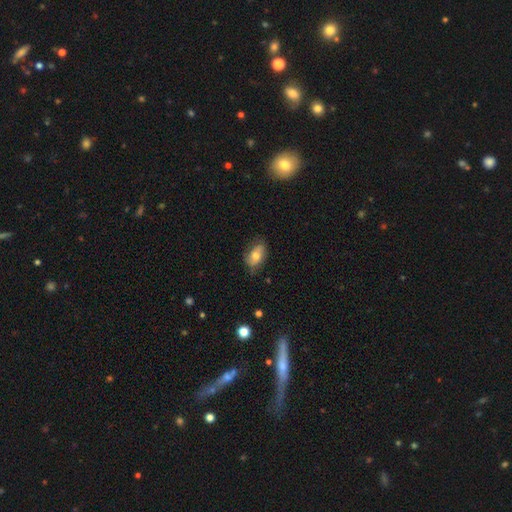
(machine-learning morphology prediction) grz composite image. It shows a smooth galaxy with no disk features (62%) that is in between round and cigar-shaped (89%). Merging: none (67%).